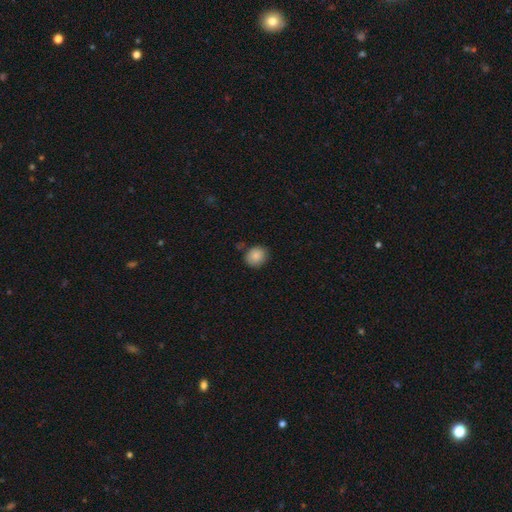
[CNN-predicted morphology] smooth 86%, star or artifact 8%, featured or disk 5%. Down the decision tree: how rounded — round (74%); merging — none (79%).